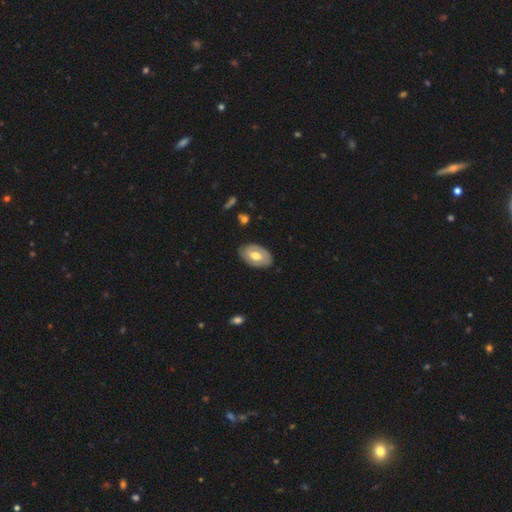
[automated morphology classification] Overall: featured or disk (51%; smooth 43%). Edge-on disk: no (92%). Merging: none (80%).